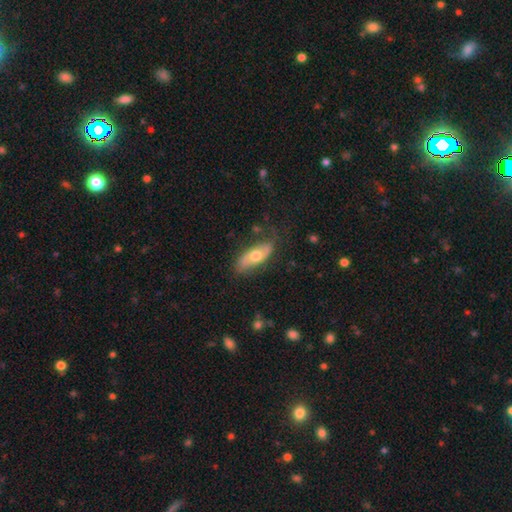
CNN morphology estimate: featured or disk 47% (tied), smooth 47% (tied), star or artifact 6%. Down the decision tree: merging — none (72%).